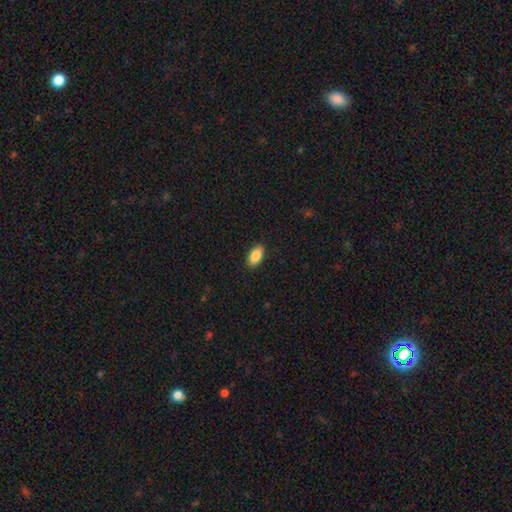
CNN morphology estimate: A smooth galaxy with no disk features (88%) that is in between round and cigar-shaped (91%). Merging: none (89%).